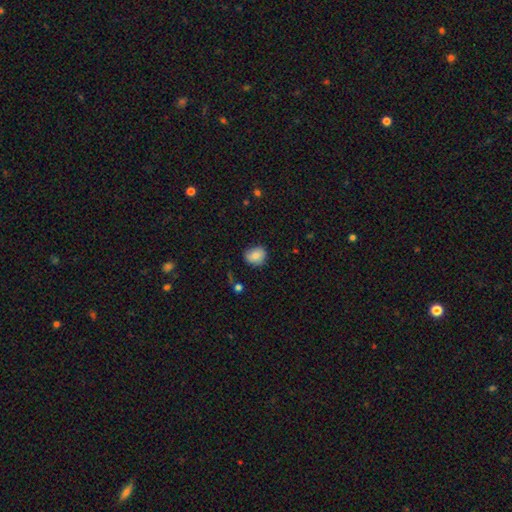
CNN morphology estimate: Smooth or featured? smooth (80%)
How rounded? round (69%)
Merging? none (76%)